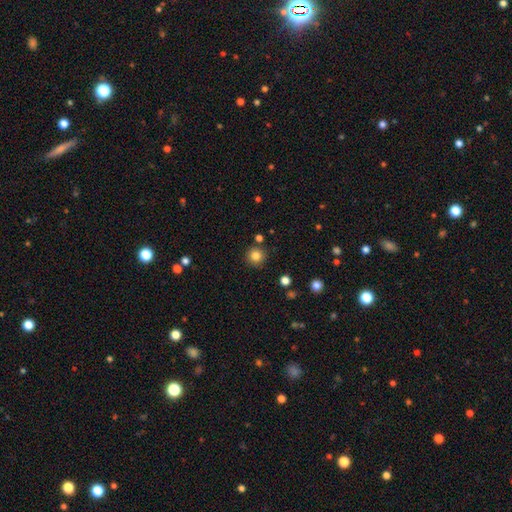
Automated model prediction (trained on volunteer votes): A smooth galaxy with no disk features (83%) that is round (94%). Merging: none (87%).